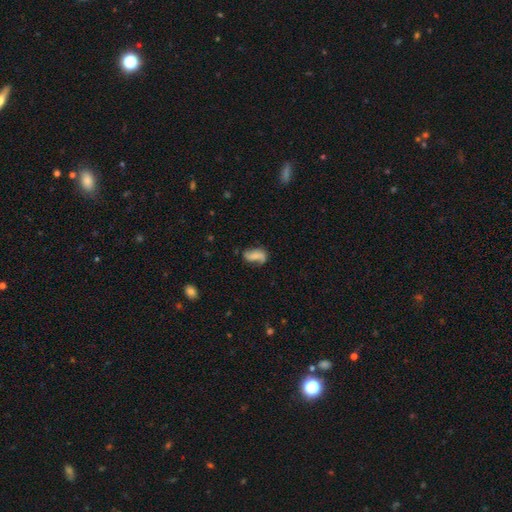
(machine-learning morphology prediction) Overall: smooth (51%; featured or disk 39%). How rounded: in between (86%). Merging: none (53%; minor disturbance 28%).